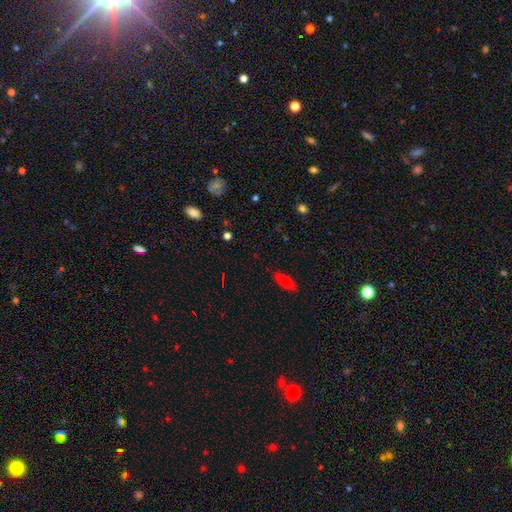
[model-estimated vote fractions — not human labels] smooth_or_featured: smooth (p=0.53) [alt: star or artifact p=0.34]
how_rounded: in between (p=0.50) [alt: round p=0.36]
merging: none (p=0.82) [alt: minor disturbance p=0.11]